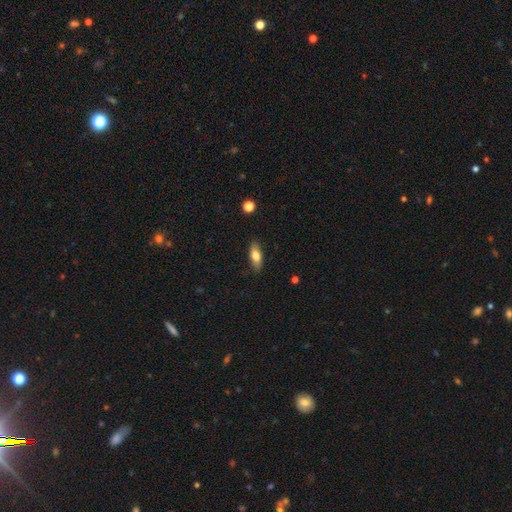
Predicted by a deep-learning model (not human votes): Smooth or featured? Predicted: smooth (p=0.75). How rounded? Predicted: in between (p=0.71). Merging? Predicted: none (p=0.85).